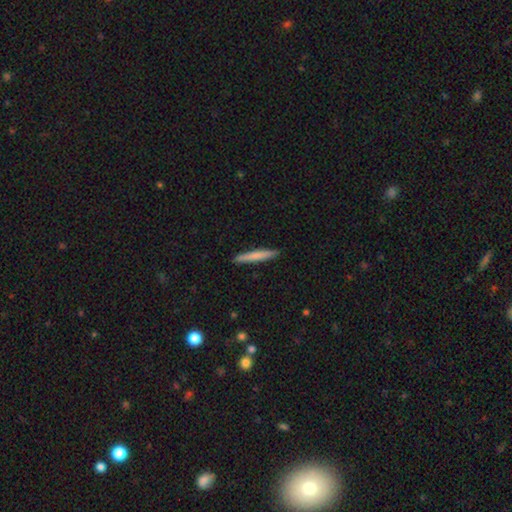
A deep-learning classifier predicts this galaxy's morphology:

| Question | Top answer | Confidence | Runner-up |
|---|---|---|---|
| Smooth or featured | smooth | 71% | featured or disk (24%) |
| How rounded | cigar-shaped | 96% | in between (3%) |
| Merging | none | 91% | minor disturbance (6%) |